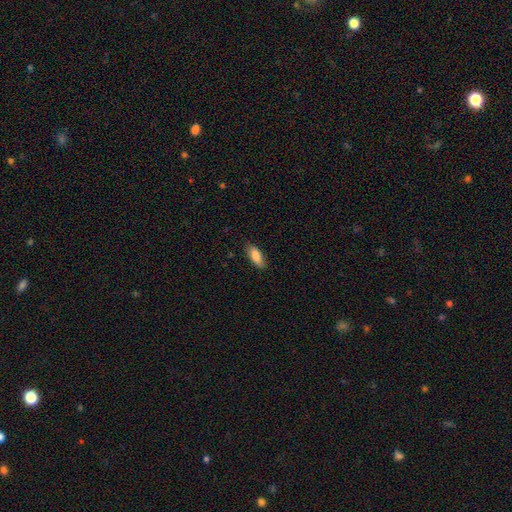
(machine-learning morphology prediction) smooth_or_featured: smooth (p=0.85) [alt: featured or disk p=0.09]
how_rounded: in between (p=0.78) [alt: cigar-shaped p=0.20]
merging: none (p=0.84) [alt: minor disturbance p=0.12]